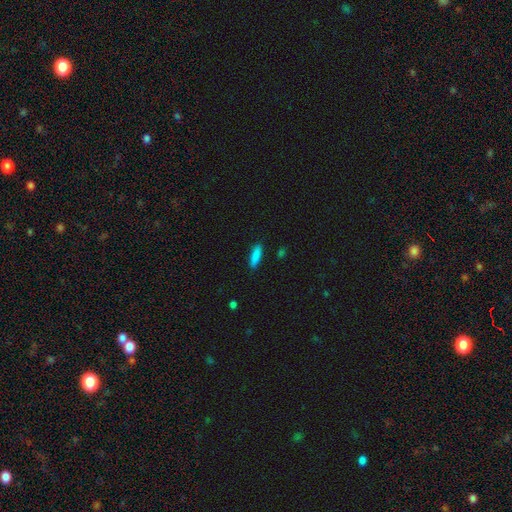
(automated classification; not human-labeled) Smooth or featured? smooth (86%)
How rounded? cigar-shaped (69%)
Merging? none (89%)